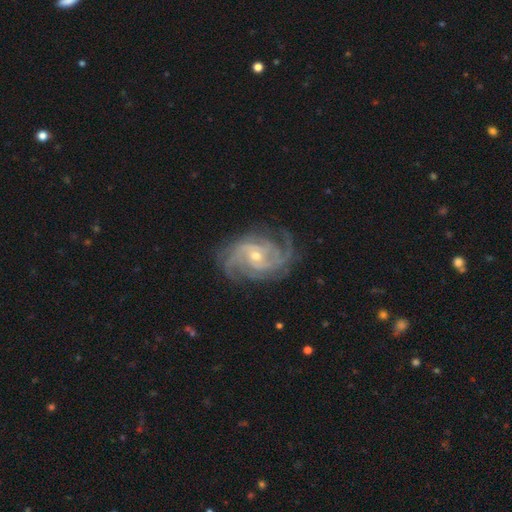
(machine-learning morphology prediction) A featured or disk galaxy (92%) with no bar (51%), 4 (25%) tight (54%) spiral arms (98%) and a small central bulge (60%).

Vote fractions:
- Smooth or featured? featured or disk: 92% / star or artifact: 5% / smooth: 3%
- Edge-on disk? no: 97% / yes: 3%
- Bar? no: 51% / weak: 37% / strong: 12%
- Spiral arms? yes: 98% / no: 2%
- Spiral winding? tight: 54% / medium: 37% / loose: 8%
- Spiral arm count? 4: 25% / 3: 24% / can't tell: 17% / 2: 16% / more than 4: 11% / 1: 8%
- Bulge size? small: 60% / moderate: 38% / large: 1% / none: 1% / dominant: 1%
- Merging? none: 75% / minor disturbance: 16% / major disturbance: 8% / merger: 1%